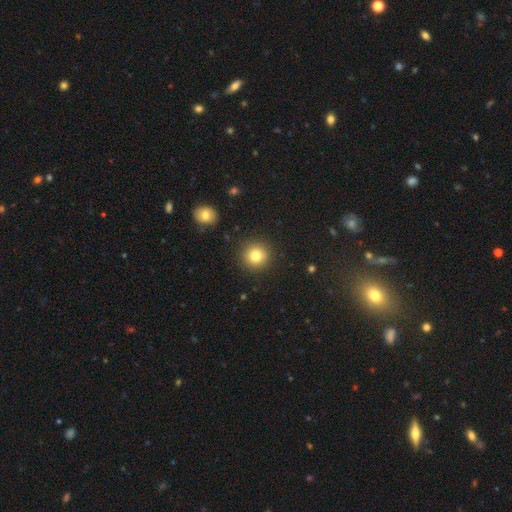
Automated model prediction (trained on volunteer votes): smooth 80%, star or artifact 12%, featured or disk 8%. Down the decision tree: how rounded — round (93%); merging — none (90%).